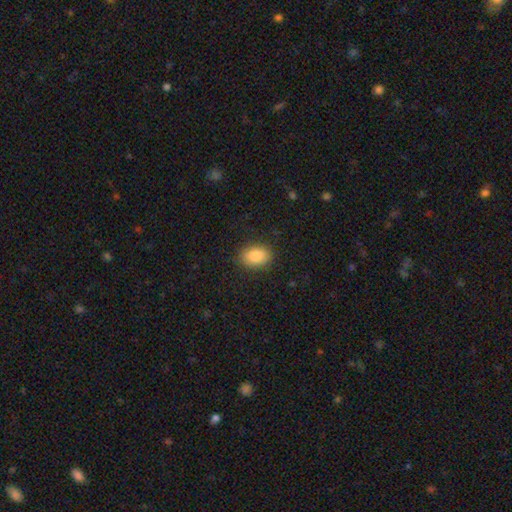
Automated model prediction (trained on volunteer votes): The model was most divided on "how rounded": in between: 82%, round: 17%, cigar-shaped: 1%. More confident: smooth or featured — smooth (88%); merging — none (86%).